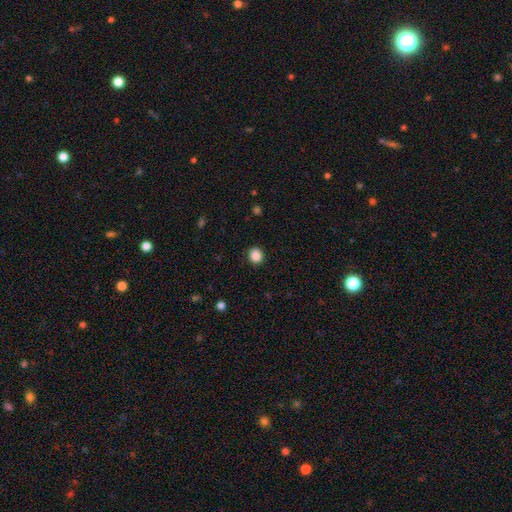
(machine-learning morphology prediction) Smooth or featured? Predicted: smooth (p=0.88). How rounded? Predicted: round (p=0.78). Merging? Predicted: none (p=0.90).